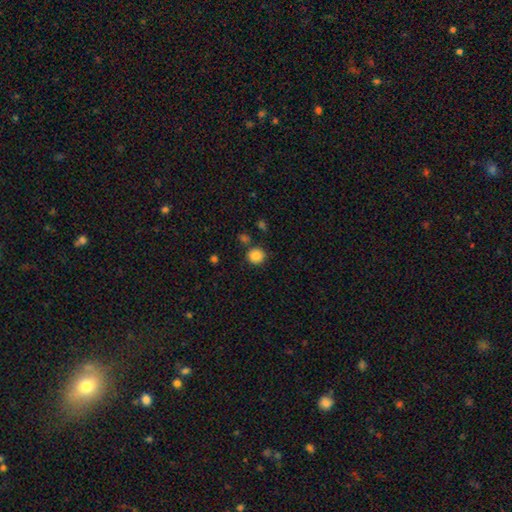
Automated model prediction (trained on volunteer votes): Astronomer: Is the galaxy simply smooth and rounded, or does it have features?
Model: smooth — 86%.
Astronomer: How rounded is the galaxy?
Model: round — 89%.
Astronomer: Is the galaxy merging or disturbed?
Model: none — 82%.